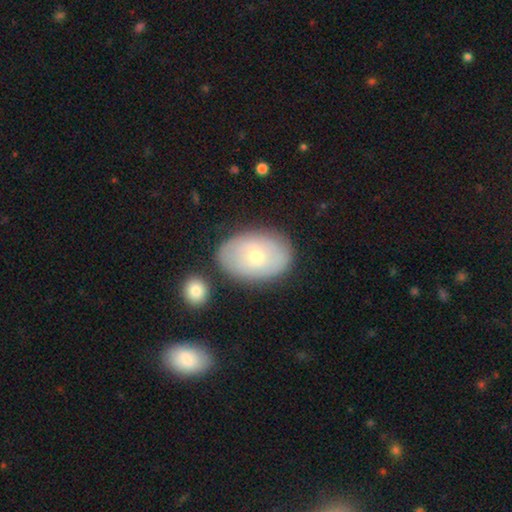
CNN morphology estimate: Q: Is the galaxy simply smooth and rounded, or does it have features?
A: smooth — 57%.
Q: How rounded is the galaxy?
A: in between — 84%.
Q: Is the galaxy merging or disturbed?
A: none — 77%.